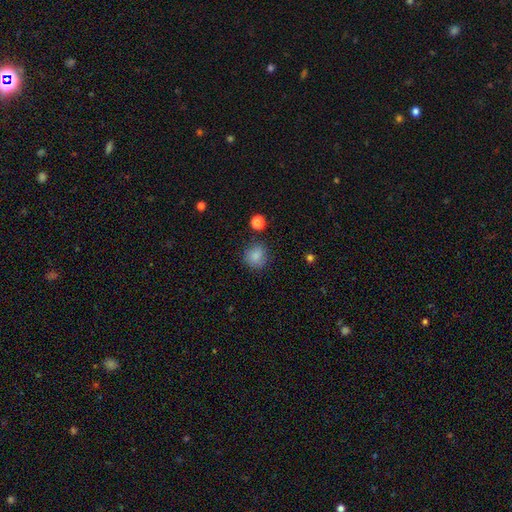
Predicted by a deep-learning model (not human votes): Q: Smooth or featured?
A: smooth (84%); runner-up: star or artifact (11%)
Q: How rounded?
A: round (83%); runner-up: in between (16%)
Q: Merging?
A: none (78%); runner-up: minor disturbance (15%)